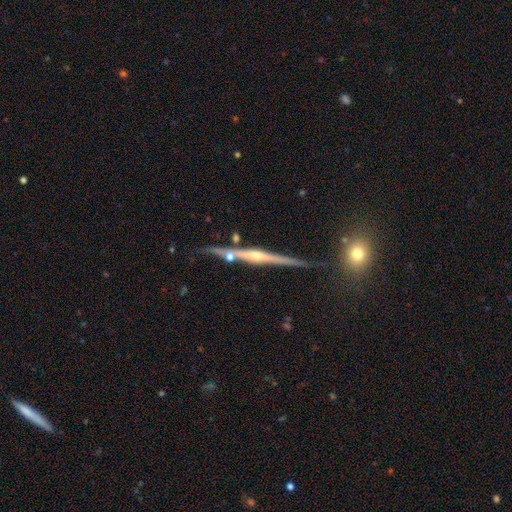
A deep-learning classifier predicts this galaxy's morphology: smooth_or_featured: featured or disk (p=0.81) [alt: smooth p=0.11]
disk_edge_on: yes (p=0.97) [alt: no p=0.03]
edge_on_bulge: rounded (p=0.72) [alt: none p=0.20]
merging: none (p=0.78) [alt: minor disturbance p=0.12]